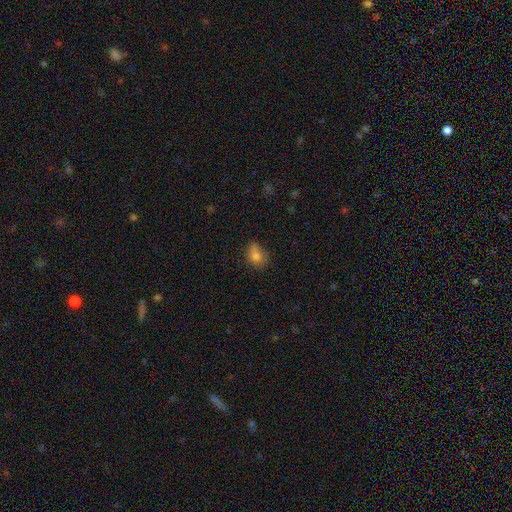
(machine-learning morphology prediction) Smooth or featured? smooth (76%)
How rounded? round (51%)
Merging? none (47%)